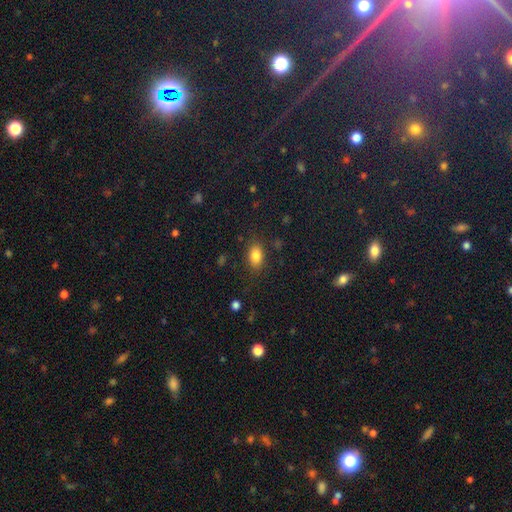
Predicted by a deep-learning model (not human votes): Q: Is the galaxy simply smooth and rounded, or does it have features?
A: smooth — 84%.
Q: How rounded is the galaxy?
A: in between — 83%.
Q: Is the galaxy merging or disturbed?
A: none — 83%.